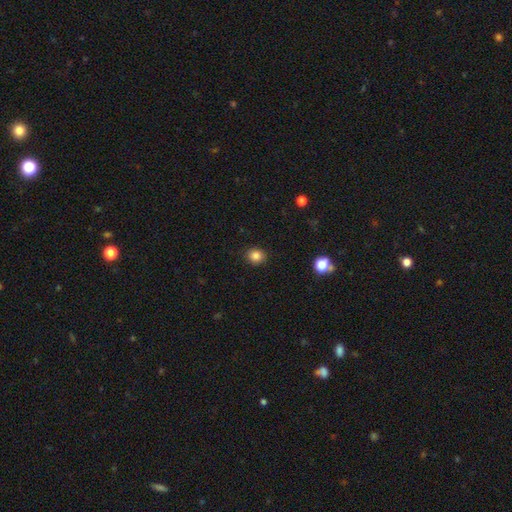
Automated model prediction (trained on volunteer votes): smooth-or-featured: smooth: 85% | star or artifact: 11% | featured or disk: 4%
  how-rounded: round: 77% | in between: 22% | cigar-shaped: 1%
  merging: none: 89% | minor disturbance: 8% | major disturbance: 2% | merger: 1%